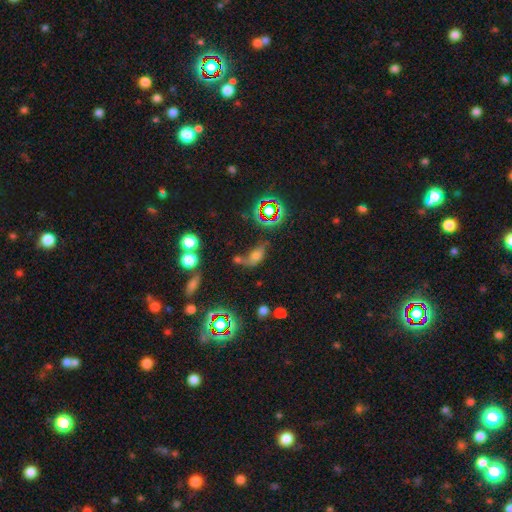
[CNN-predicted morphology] smooth 55%, star or artifact 26%, featured or disk 18%. Down the decision tree: how rounded — in between (79%); merging — none (39%).